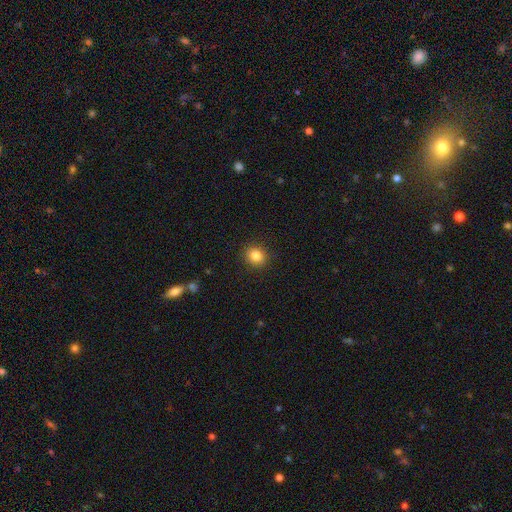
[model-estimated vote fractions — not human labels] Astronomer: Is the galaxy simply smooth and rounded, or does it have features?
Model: smooth — 85%.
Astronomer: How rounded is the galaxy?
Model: round — 79%.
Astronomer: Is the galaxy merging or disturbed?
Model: none — 91%.